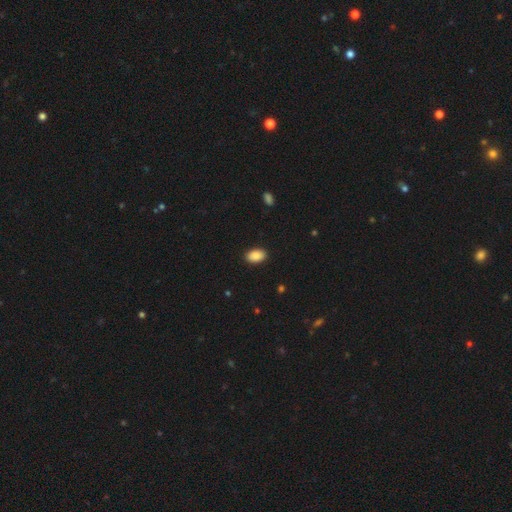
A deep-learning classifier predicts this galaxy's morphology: Q: Smooth or featured?
A: smooth (90%); runner-up: star or artifact (7%)
Q: How rounded?
A: in between (92%); runner-up: round (6%)
Q: Merging?
A: none (90%); runner-up: minor disturbance (7%)